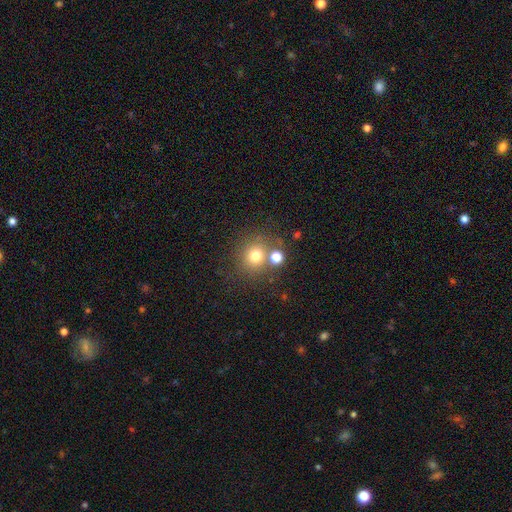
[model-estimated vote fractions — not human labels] Smooth or featured?
  - smooth: 73% *
  - star or artifact: 17%
  - featured or disk: 10%
How rounded?
  - round: 89% *
  - in between: 10%
  - cigar-shaped: 1%
Merging?
  - none: 70% *
  - merger: 17%
  - minor disturbance: 9%
  - major disturbance: 4%